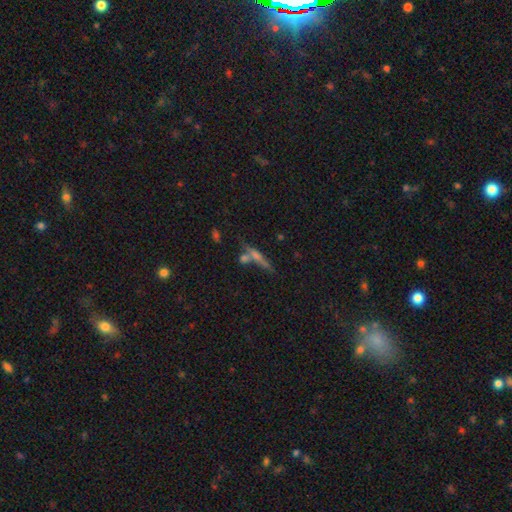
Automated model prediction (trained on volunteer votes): Smooth or featured: featured or disk — 50% (smooth — 35%)
Merging: none — 63% (merger — 20%)